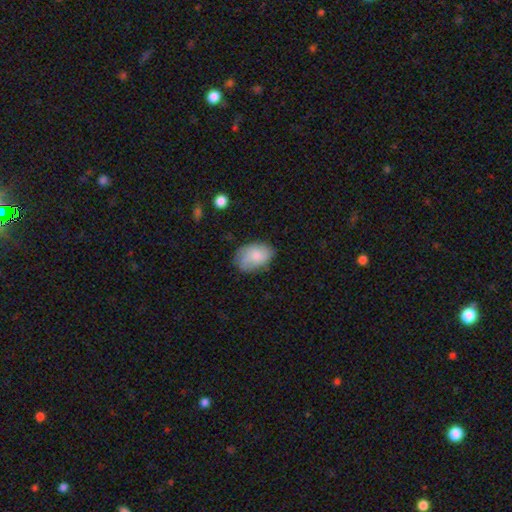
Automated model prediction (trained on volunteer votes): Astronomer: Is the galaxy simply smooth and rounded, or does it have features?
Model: smooth — 75%.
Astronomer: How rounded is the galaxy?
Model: in between — 84%.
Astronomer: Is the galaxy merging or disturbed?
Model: none — 65%.